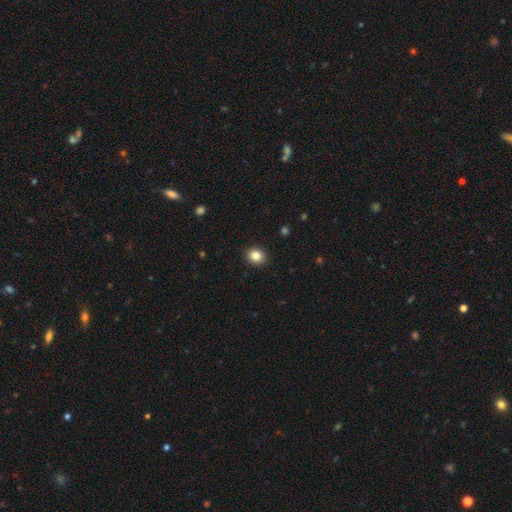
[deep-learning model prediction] This appears to be a smooth galaxy with no disk features (84%) that is round (71%). Merging: none (92%).